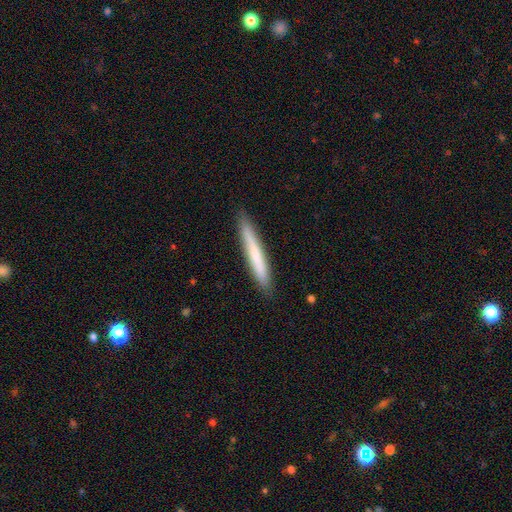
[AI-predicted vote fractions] smooth 67%, featured or disk 28%, star or artifact 6%. Down the decision tree: how rounded — cigar-shaped (96%); merging — none (90%).